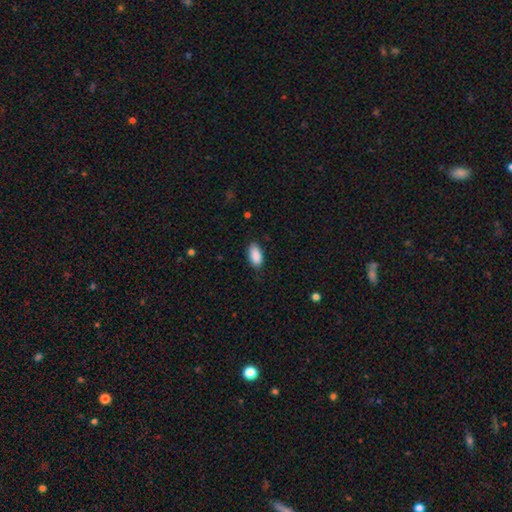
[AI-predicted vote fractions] Smooth or featured: smooth — 90% (star or artifact — 6%)
How rounded: in between — 93% (cigar-shaped — 5%)
Merging: none — 82% (minor disturbance — 14%)